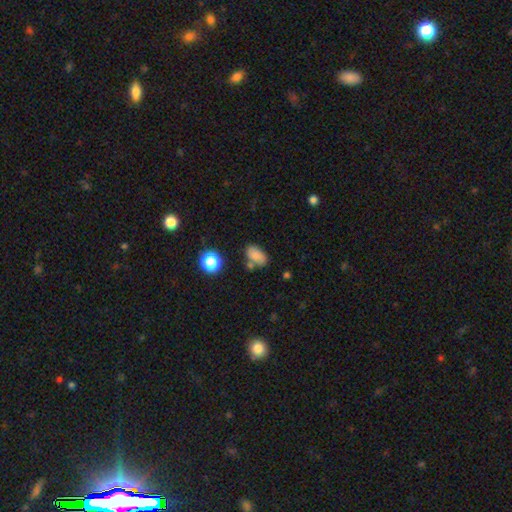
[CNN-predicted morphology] smooth-or-featured: smooth: 81% | star or artifact: 11% | featured or disk: 7%
  how-rounded: in between: 88% | round: 10% | cigar-shaped: 2%
  merging: none: 65% | minor disturbance: 16% | merger: 14% | major disturbance: 5%